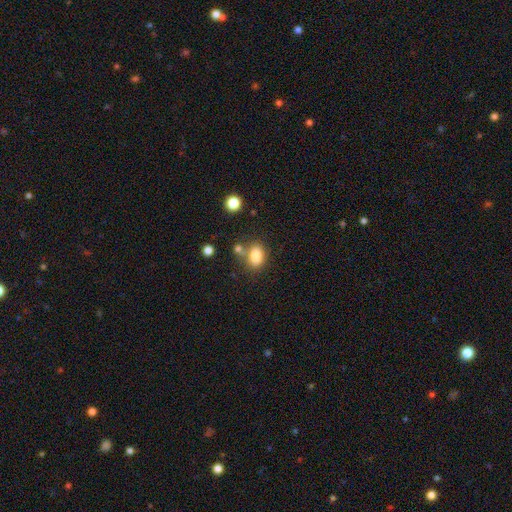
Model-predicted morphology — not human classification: A smooth galaxy with no disk features (84%) that is in between round and cigar-shaped (79%).

Vote fractions:
- Smooth or featured? smooth: 84% / star or artifact: 10% / featured or disk: 6%
- How rounded? in between: 79% / round: 20% / cigar-shaped: 1%
- Merging? none: 61% / merger: 19% / minor disturbance: 15% / major disturbance: 5%